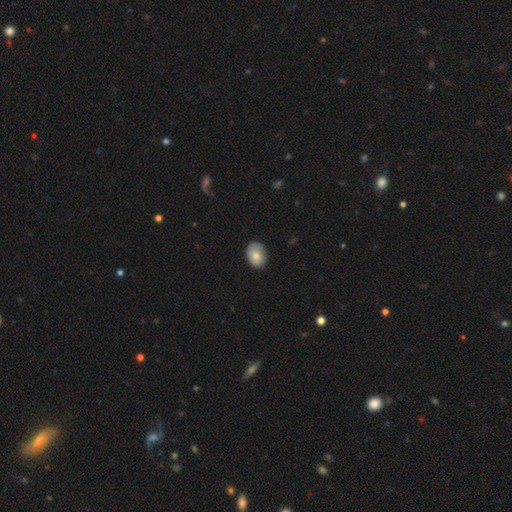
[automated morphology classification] smooth 77%, featured or disk 16%, star or artifact 7%. Down the decision tree: how rounded — in between (68%); merging — none (79%).